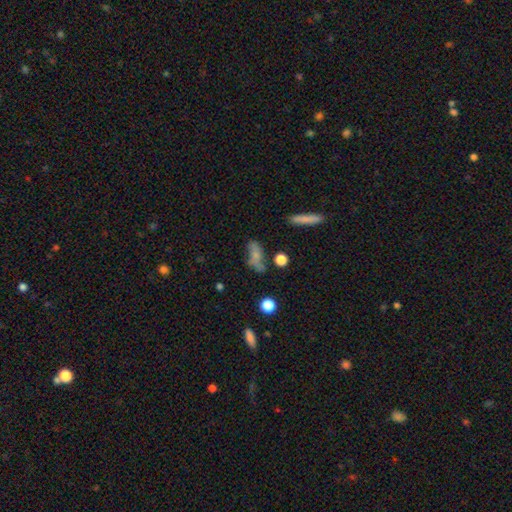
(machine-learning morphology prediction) type=smooth (60%); roundness=in between (65%); merging=none (51%).